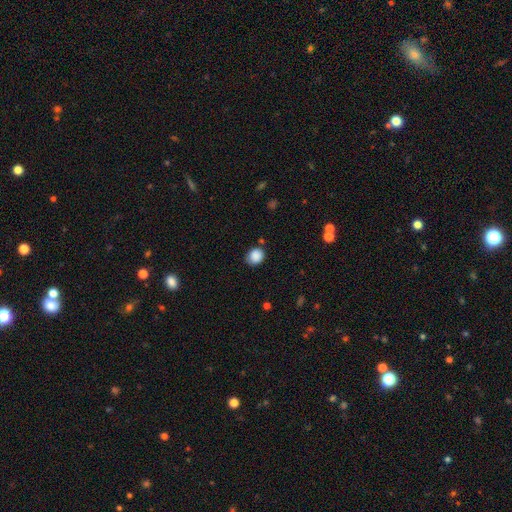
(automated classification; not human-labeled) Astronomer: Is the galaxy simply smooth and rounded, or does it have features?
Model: smooth — 87%.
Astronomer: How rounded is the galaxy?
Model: round — 73%.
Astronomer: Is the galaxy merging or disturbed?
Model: none — 76%.